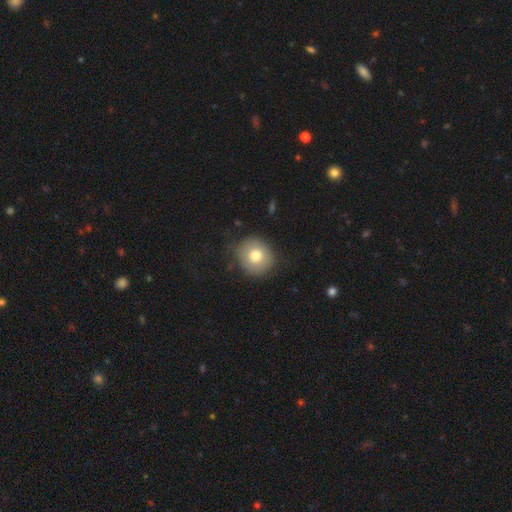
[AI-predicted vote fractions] This is likely a smooth galaxy (74%). How rounded: clearly round (87%). Merging: clearly none (81%).